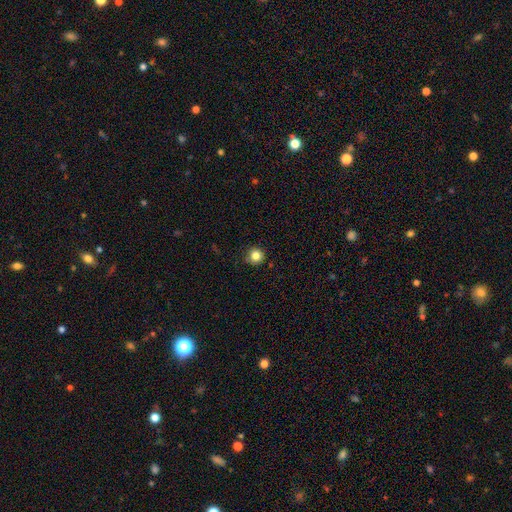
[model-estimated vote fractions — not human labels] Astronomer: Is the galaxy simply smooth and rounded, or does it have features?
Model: smooth — 84%.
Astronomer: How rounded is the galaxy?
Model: round — 95%.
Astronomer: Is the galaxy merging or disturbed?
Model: none — 87%.